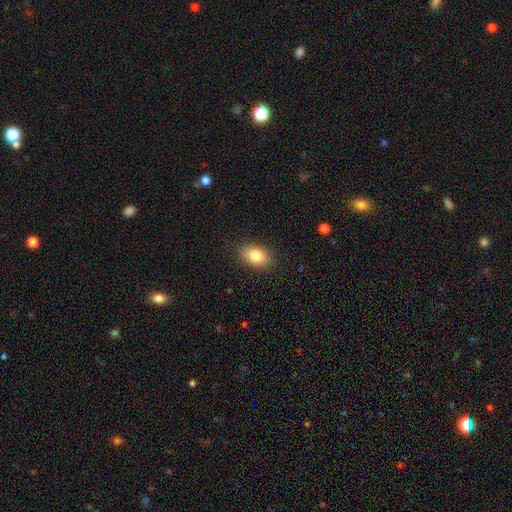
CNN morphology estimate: A smooth galaxy with no disk features (83%) that is in between round and cigar-shaped (86%).

Vote fractions:
- Smooth or featured? smooth: 83% / featured or disk: 9% / star or artifact: 8%
- How rounded? in between: 86% / round: 12% / cigar-shaped: 2%
- Merging? none: 87% / minor disturbance: 10% / major disturbance: 3% / merger: 1%